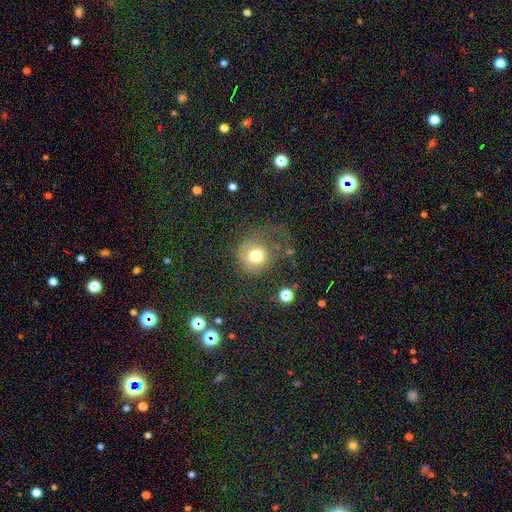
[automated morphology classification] This appears to be a smooth galaxy with no disk features (70%) that is round (87%). Merging: major disturbance (39%).